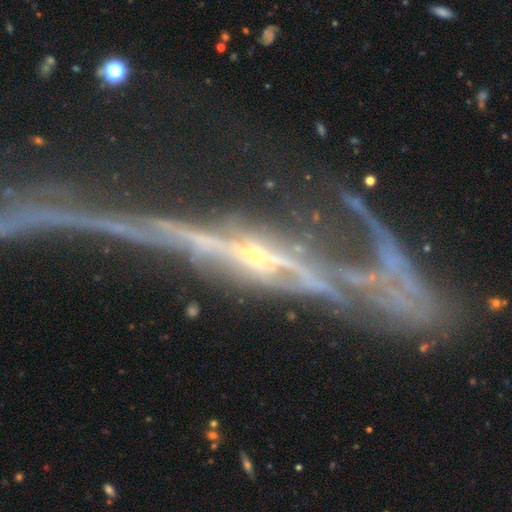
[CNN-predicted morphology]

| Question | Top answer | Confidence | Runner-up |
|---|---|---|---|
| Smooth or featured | featured or disk | 79% | star or artifact (14%) |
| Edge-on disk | yes | 66% | no (34%) |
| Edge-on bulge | rounded | 65% | none (26%) |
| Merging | none | 35% | major disturbance (32%) |